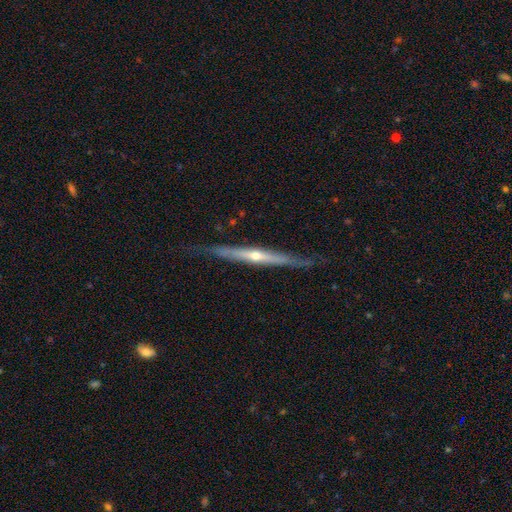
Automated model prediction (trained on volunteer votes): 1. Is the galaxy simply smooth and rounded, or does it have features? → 78% featured or disk, 16% smooth, 6% star or artifact.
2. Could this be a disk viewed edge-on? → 95% yes, 5% no.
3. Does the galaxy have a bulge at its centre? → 76% rounded, 20% none, 3% boxy.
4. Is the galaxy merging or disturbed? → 81% none, 15% minor disturbance, 3% major disturbance, 1% merger.